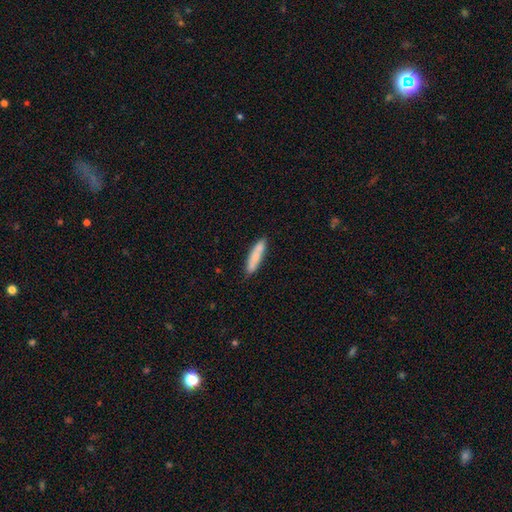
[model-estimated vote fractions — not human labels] A smooth galaxy with no disk features (78%) that is cigar-shaped (76%).

Vote fractions:
- Smooth or featured? smooth: 78% / featured or disk: 16% / star or artifact: 6%
- How rounded? cigar-shaped: 76% / in between: 23% / round: 1%
- Merging? none: 78% / minor disturbance: 15% / merger: 4% / major disturbance: 3%